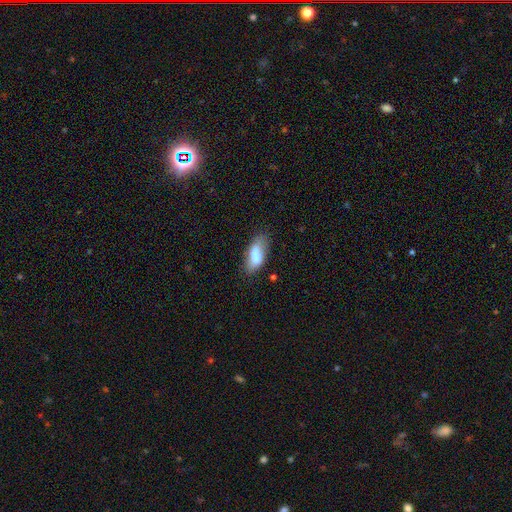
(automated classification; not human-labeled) This is likely a smooth galaxy (75%). How rounded: likely in between (79%). Merging: possibly none (58%).